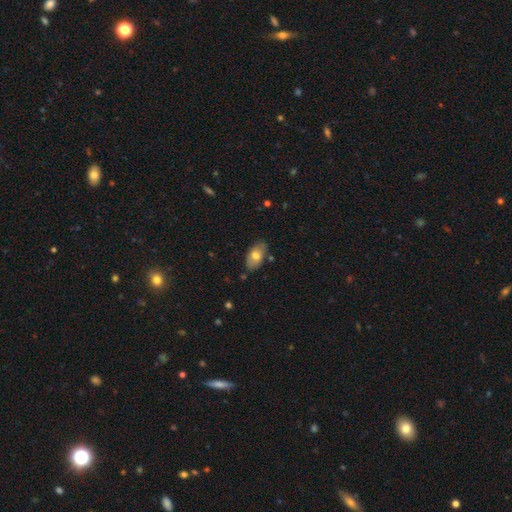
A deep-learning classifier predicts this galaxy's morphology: This is likely a smooth galaxy (69%). How rounded: clearly in between (93%). Merging: likely none (78%).